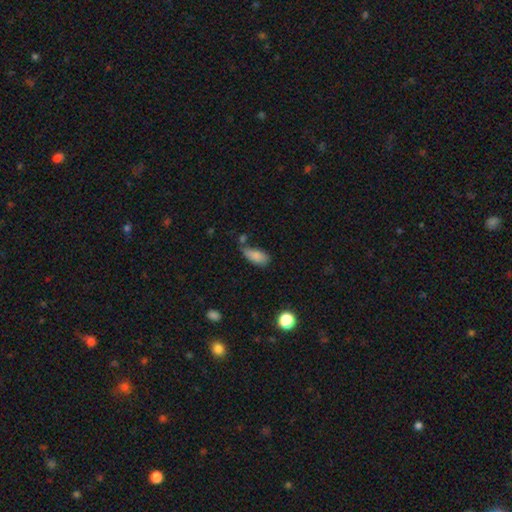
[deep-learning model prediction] smooth_or_featured: smooth (p=0.82) [alt: featured or disk p=0.09]
how_rounded: in between (p=0.87) [alt: cigar-shaped p=0.09]
merging: none (p=0.43) [alt: minor disturbance p=0.31]